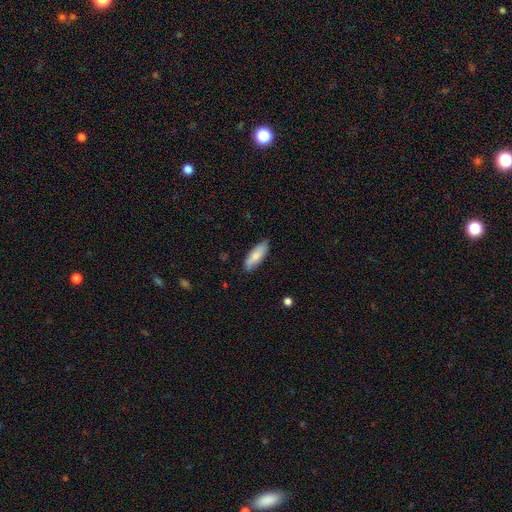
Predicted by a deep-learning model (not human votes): smooth-or-featured: smooth: 78% | featured or disk: 16% | star or artifact: 6%
  how-rounded: in between: 65% | cigar-shaped: 33% | round: 2%
  merging: none: 80% | minor disturbance: 17% | major disturbance: 2% | merger: 1%